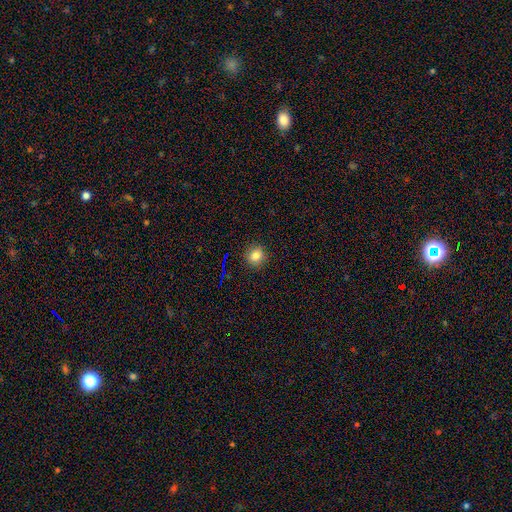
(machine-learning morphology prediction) A smooth galaxy with no disk features (82%) that is round (83%). Merging: none (90%).